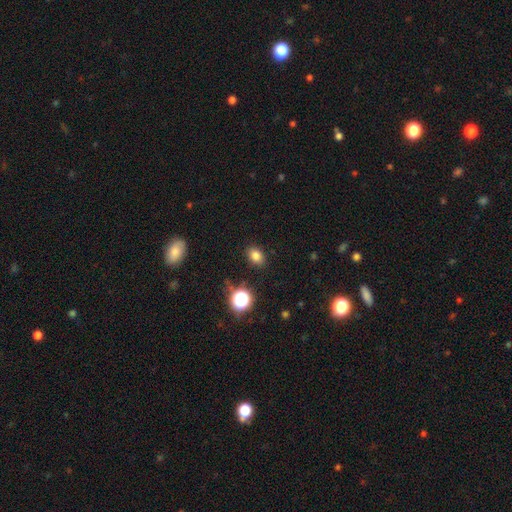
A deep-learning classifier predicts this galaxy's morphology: This appears to be a smooth galaxy with no disk features (79%) that is in between round and cigar-shaped (67%). Merging: none (87%).